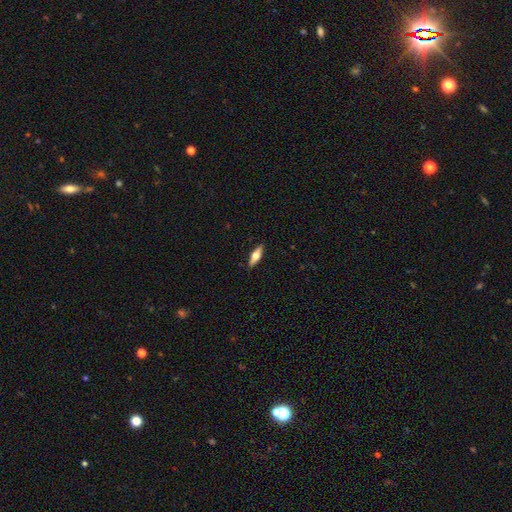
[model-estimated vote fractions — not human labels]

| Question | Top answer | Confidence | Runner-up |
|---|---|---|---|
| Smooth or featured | featured or disk | 48% | smooth (46%) |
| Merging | none | 89% | minor disturbance (8%) |